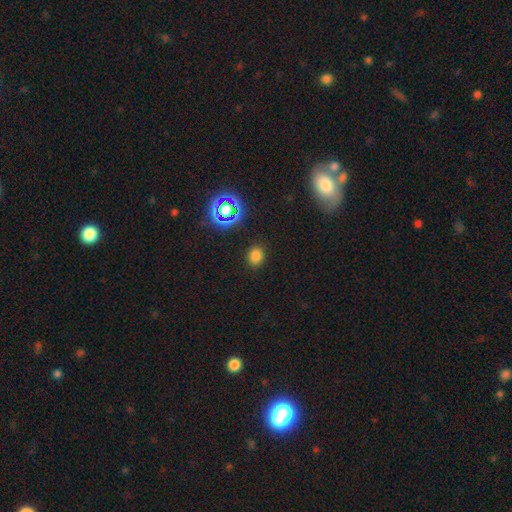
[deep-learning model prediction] This is likely a smooth galaxy (75%). How rounded: likely round (65%). Merging: clearly none (87%).